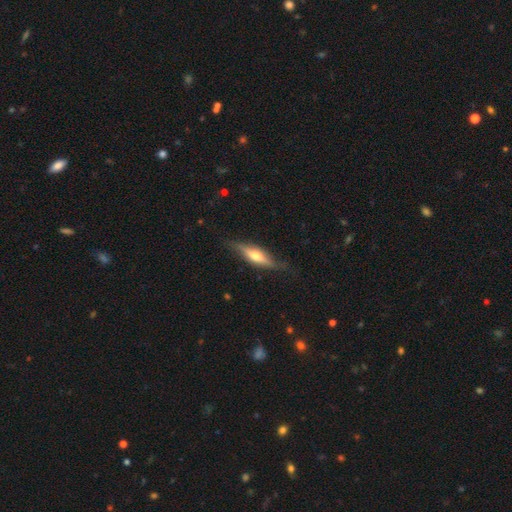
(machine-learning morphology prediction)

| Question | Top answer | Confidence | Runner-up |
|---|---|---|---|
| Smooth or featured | featured or disk | 58% | smooth (36%) |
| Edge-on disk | yes | 91% | no (9%) |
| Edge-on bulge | rounded | 83% | boxy (12%) |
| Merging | none | 78% | minor disturbance (16%) |